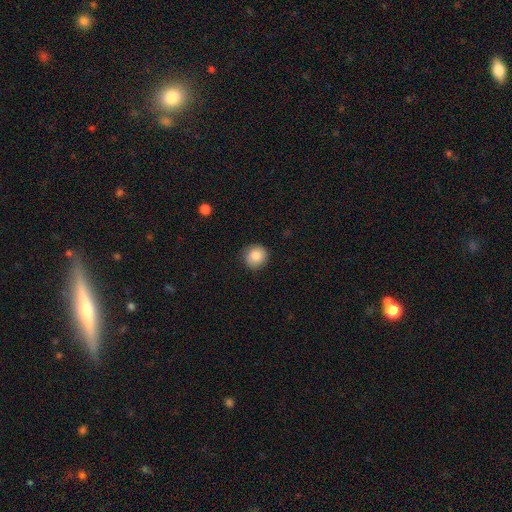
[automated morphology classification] Smooth or featured? smooth (85%)
How rounded? round (93%)
Merging? none (90%)